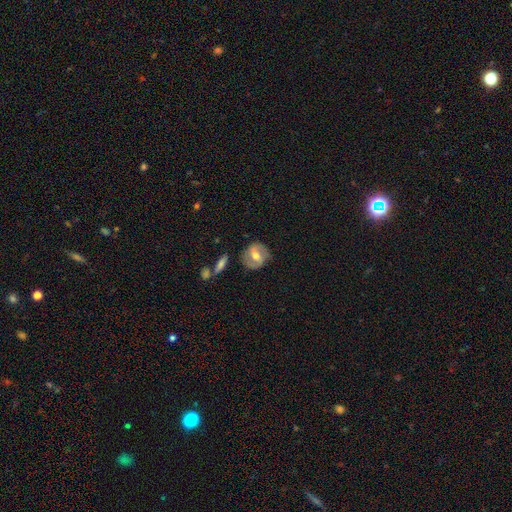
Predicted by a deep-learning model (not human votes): smooth-or-featured: featured or disk: 59% | smooth: 35% | star or artifact: 6%
  disk-edge-on: no: 94% | yes: 6%
    bar: weak: 43% | strong: 36% | no: 22%
    has-spiral-arms: yes: 72% | no: 28%
    bulge-size: moderate: 72% | small: 21% | large: 5% | none: 1% | dominant: 1%
  merging: none: 79% | minor disturbance: 14% | major disturbance: 4% | merger: 3%